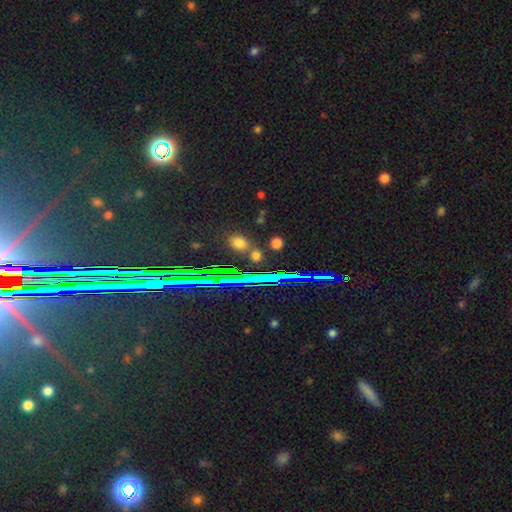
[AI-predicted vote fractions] Smooth or featured: smooth — 47% (star or artifact — 44%)
Merging: none — 81% (minor disturbance — 9%)